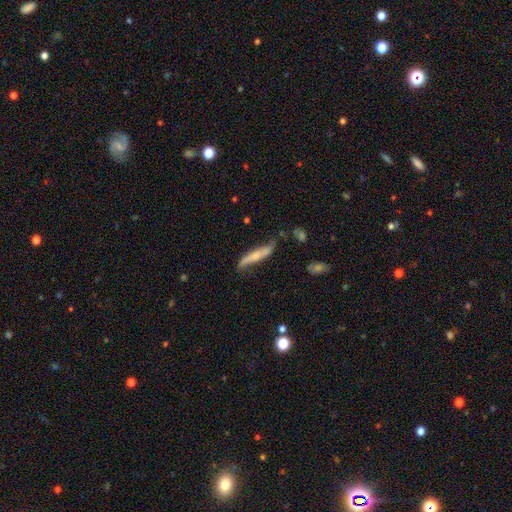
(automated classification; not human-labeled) smooth-or-featured: featured or disk: 52% | smooth: 41% | star or artifact: 7%
  disk-edge-on: yes: 59% | no: 41%
  merging: none: 56% | minor disturbance: 29% | major disturbance: 10% | merger: 5%